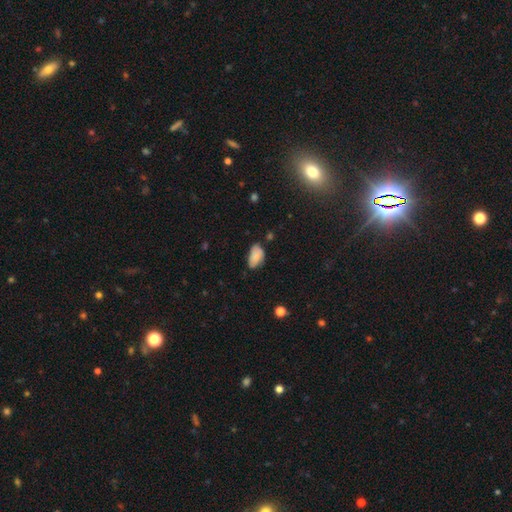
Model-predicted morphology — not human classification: Smooth or featured? smooth (81%)
How rounded? in between (93%)
Merging? none (55%)